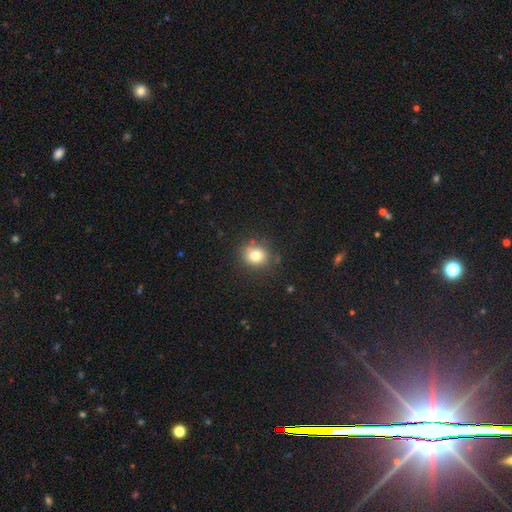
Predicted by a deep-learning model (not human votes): Smooth or featured? smooth (80%)
How rounded? round (72%)
Merging? none (82%)